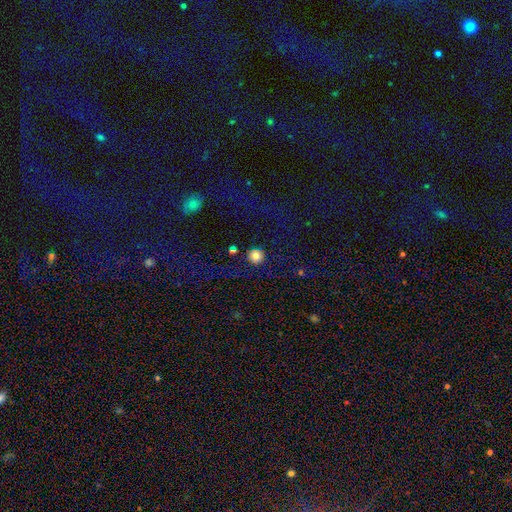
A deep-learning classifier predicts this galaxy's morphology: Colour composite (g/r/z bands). It shows a smooth galaxy with no disk features (81%) that is round (94%). Merging: none (89%).